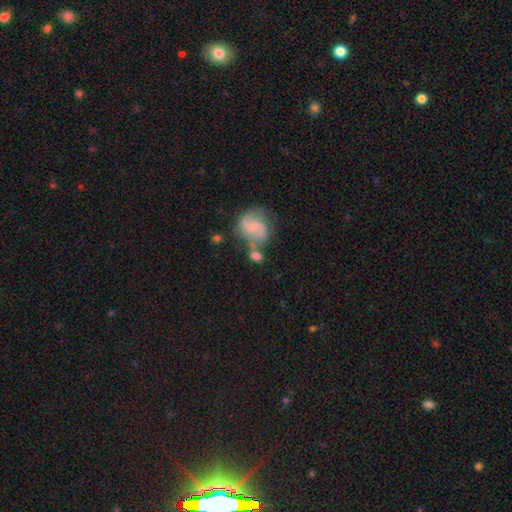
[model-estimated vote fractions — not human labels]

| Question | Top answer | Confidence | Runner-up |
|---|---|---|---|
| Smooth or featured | smooth | 49% | featured or disk (40%) |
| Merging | none | 44% | merger (30%) |